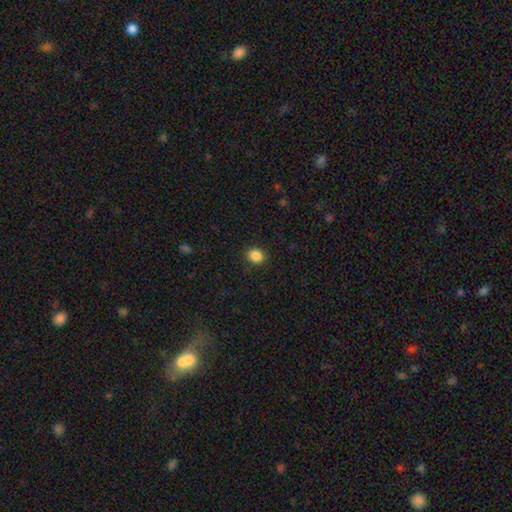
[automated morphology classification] Smooth or featured? Predicted: smooth (p=0.86). How rounded? Predicted: round (p=0.66). Merging? Predicted: none (p=0.90).